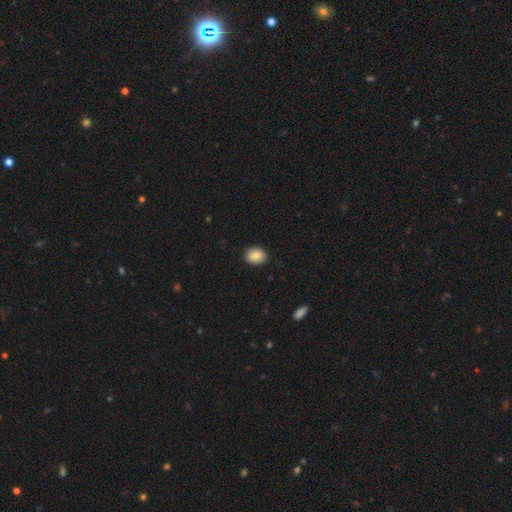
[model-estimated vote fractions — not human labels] smooth 86%, star or artifact 8%, featured or disk 7%. Down the decision tree: how rounded — in between (57%); merging — none (90%).